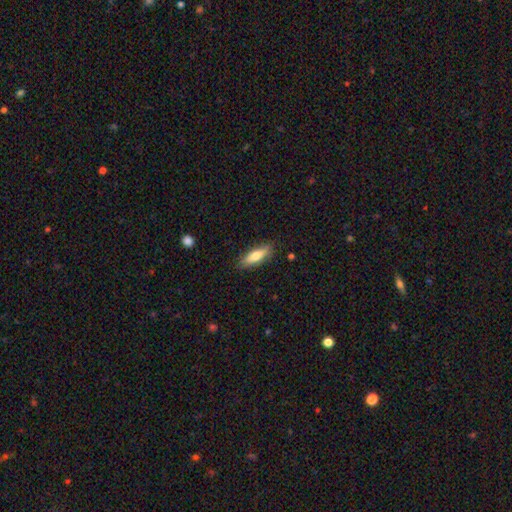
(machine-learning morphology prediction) smooth_or_featured: smooth (p=0.66) [alt: featured or disk p=0.27]
how_rounded: cigar-shaped (p=0.50) [alt: in between p=0.48]
merging: none (p=0.85) [alt: minor disturbance p=0.11]